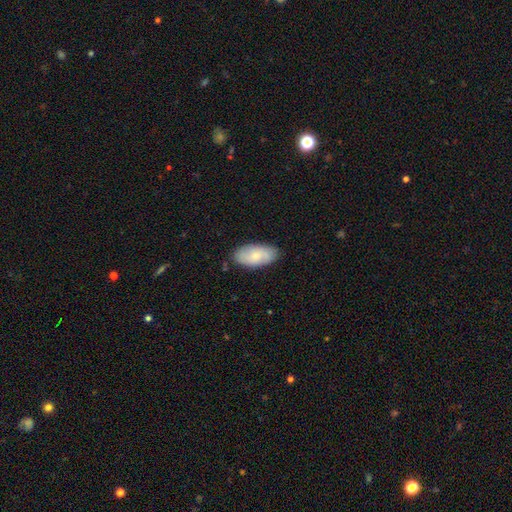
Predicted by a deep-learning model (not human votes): Smooth or featured?
  - smooth: 65% *
  - featured or disk: 29%
  - star or artifact: 6%
How rounded?
  - in between: 93% *
  - cigar-shaped: 4%
  - round: 3%
Merging?
  - none: 82% *
  - minor disturbance: 14%
  - major disturbance: 3%
  - merger: 1%